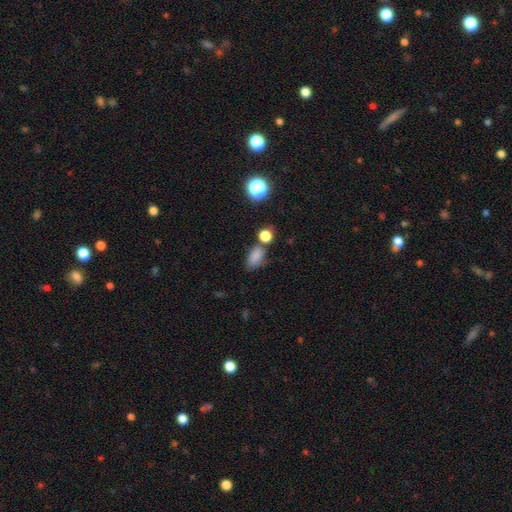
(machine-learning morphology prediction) This is clearly a smooth galaxy (80%). How rounded: clearly in between (85%). Merging: possibly none (58%).